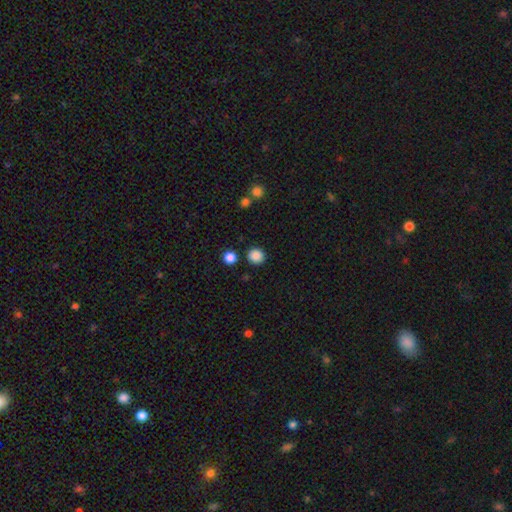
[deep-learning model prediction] Smooth or featured: smooth — 86% (star or artifact — 11%)
How rounded: round — 92% (in between — 8%)
Merging: none — 89% (minor disturbance — 6%)